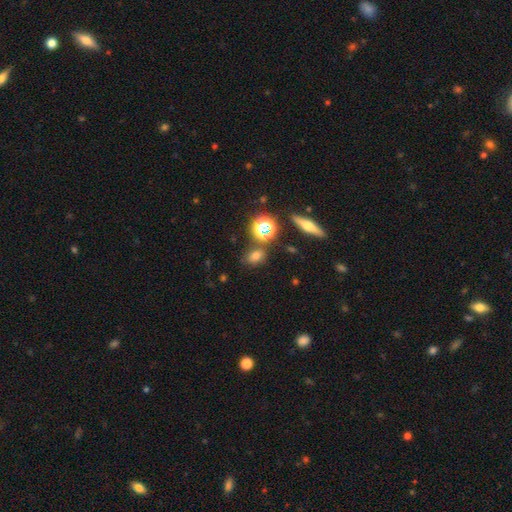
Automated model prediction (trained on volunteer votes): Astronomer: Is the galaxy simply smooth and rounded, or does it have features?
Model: smooth — 65%.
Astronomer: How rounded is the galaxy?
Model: in between — 61%.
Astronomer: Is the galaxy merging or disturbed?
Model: none — 78%.